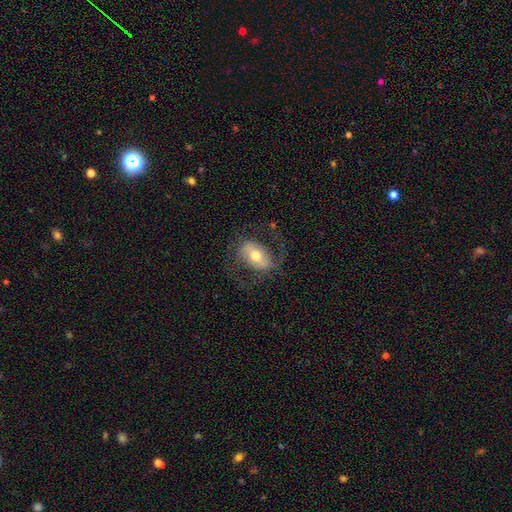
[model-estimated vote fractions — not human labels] This appears to be a featured or disk galaxy (64%) with a weak bar (37%), spiral arms (78%) and a moderate central bulge (71%). Merging: none (69%).